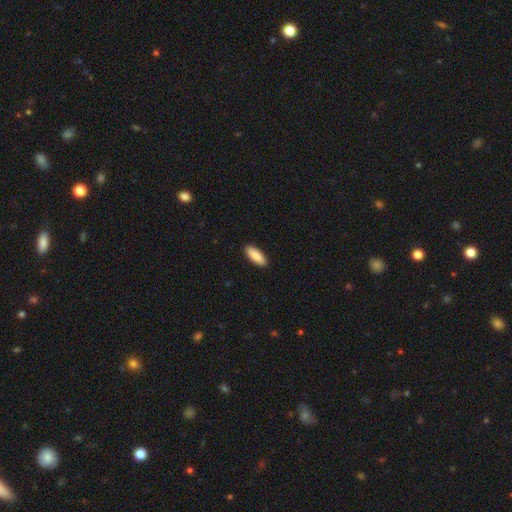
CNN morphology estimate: Smooth or featured?
  - smooth: 87% *
  - featured or disk: 7%
  - star or artifact: 5%
How rounded?
  - in between: 72% *
  - cigar-shaped: 26%
  - round: 2%
Merging?
  - none: 91% *
  - minor disturbance: 7%
  - major disturbance: 1%
  - merger: 1%